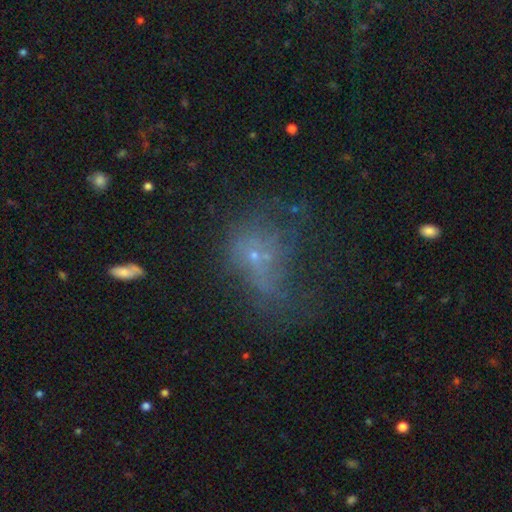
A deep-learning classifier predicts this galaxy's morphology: Smooth or featured? Predicted: smooth (p=0.38). Merging? Predicted: major disturbance (p=0.42).